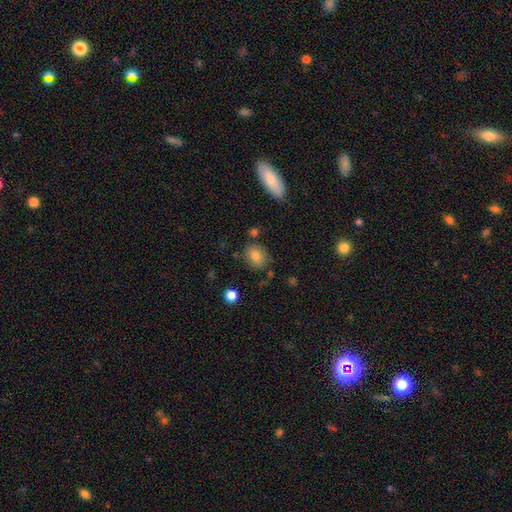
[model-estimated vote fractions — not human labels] smooth-or-featured: smooth: 82% | star or artifact: 10% | featured or disk: 8%
  how-rounded: round: 52% | in between: 47% | cigar-shaped: 1%
  merging: none: 76% | minor disturbance: 15% | merger: 5% | major disturbance: 4%